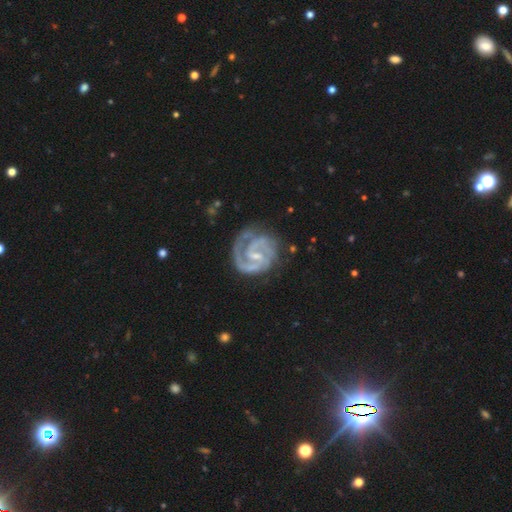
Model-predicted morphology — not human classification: smooth_or_featured: featured or disk (p=0.92) [alt: star or artifact p=0.04]
disk_edge_on: no (p=0.98) [alt: yes p=0.02]
bar: weak (p=0.54) [alt: no p=0.23]
has_spiral_arms: yes (p=0.98) [alt: no p=0.02]
spiral_winding: tight (p=0.54) [alt: medium p=0.40]
spiral_arm_count: 2 (p=0.79) [alt: 3 p=0.09]
bulge_size: small (p=0.64) [alt: moderate p=0.21]
merging: none (p=0.68) [alt: minor disturbance p=0.20]